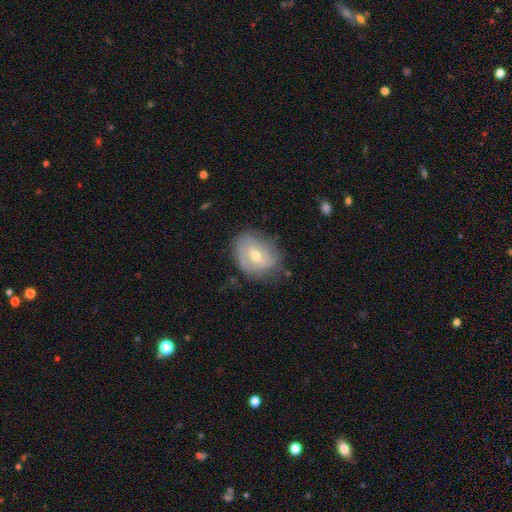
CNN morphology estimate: Smooth or featured? Predicted: featured or disk (p=0.53). Edge-on disk? Predicted: no (p=0.94). Bar? Predicted: no (p=0.47). Spiral arms? Predicted: yes (p=0.62). Bulge size? Predicted: moderate (p=0.57). Merging? Predicted: none (p=0.66).